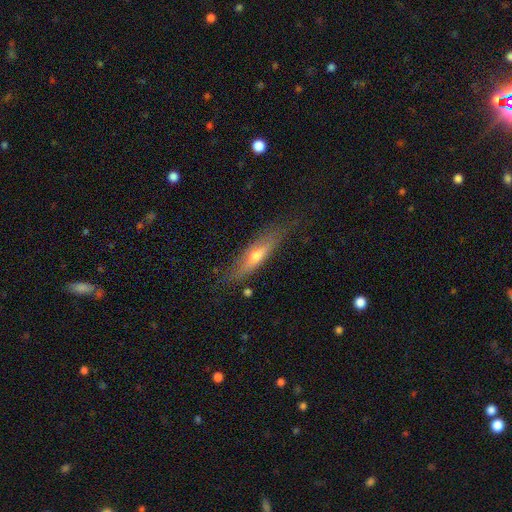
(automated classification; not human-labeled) Overall: featured or disk (51%; smooth 42%). Edge-on disk: yes (80%). Merging: none (73%).